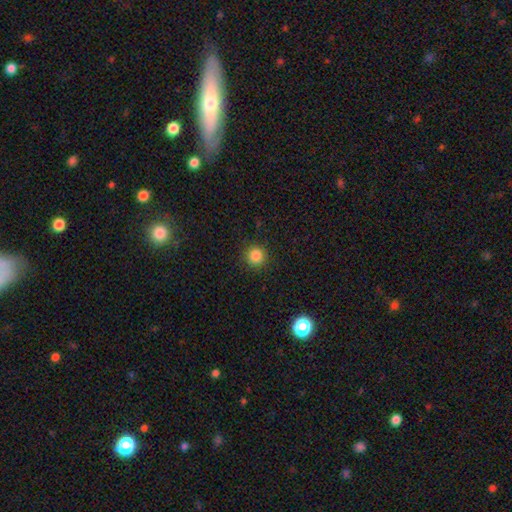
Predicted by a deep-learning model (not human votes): The model was most divided on "smooth or featured": smooth: 84%, star or artifact: 11%, featured or disk: 4%. More confident: how rounded — round (94%); merging — none (91%).